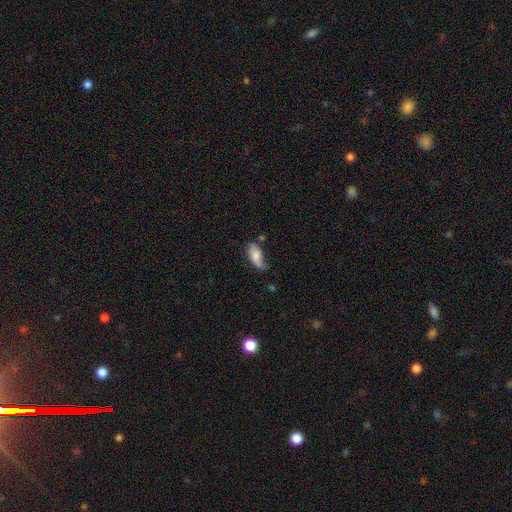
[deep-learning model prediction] Q: Smooth or featured?
A: smooth (71%); runner-up: featured or disk (22%)
Q: How rounded?
A: in between (89%); runner-up: cigar-shaped (8%)
Q: Merging?
A: none (47%); runner-up: minor disturbance (35%)